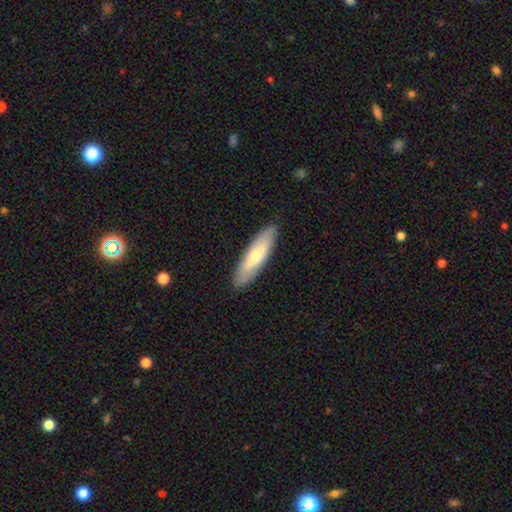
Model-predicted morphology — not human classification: Smooth or featured?
  - smooth: 61% *
  - featured or disk: 33%
  - star or artifact: 5%
How rounded?
  - cigar-shaped: 65% *
  - in between: 34%
  - round: 2%
Merging?
  - none: 88% *
  - minor disturbance: 9%
  - major disturbance: 2%
  - merger: 1%